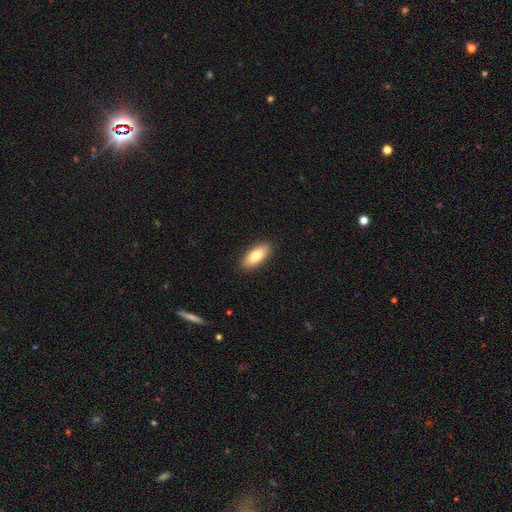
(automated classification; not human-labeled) A smooth galaxy with no disk features (80%) that is in between round and cigar-shaped (82%).

Vote fractions:
- Smooth or featured? smooth: 80% / featured or disk: 14% / star or artifact: 6%
- How rounded? in between: 82% / cigar-shaped: 16% / round: 2%
- Merging? none: 90% / minor disturbance: 7% / major disturbance: 2% / merger: 1%